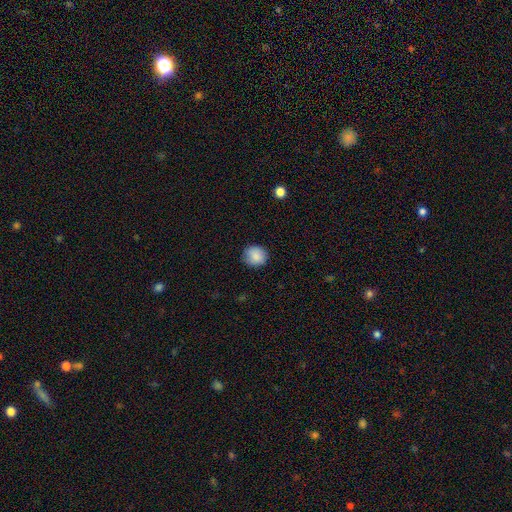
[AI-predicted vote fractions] Smooth or featured? smooth (87%)
How rounded? round (85%)
Merging? none (84%)